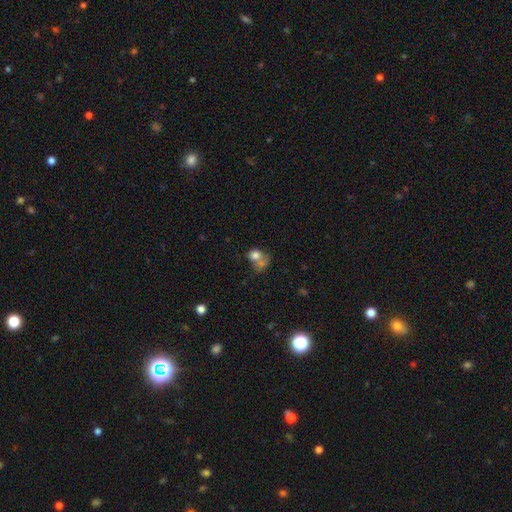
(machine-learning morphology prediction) This is likely a smooth galaxy (73%). How rounded: possibly round (57%). Merging: possibly merger (55%).